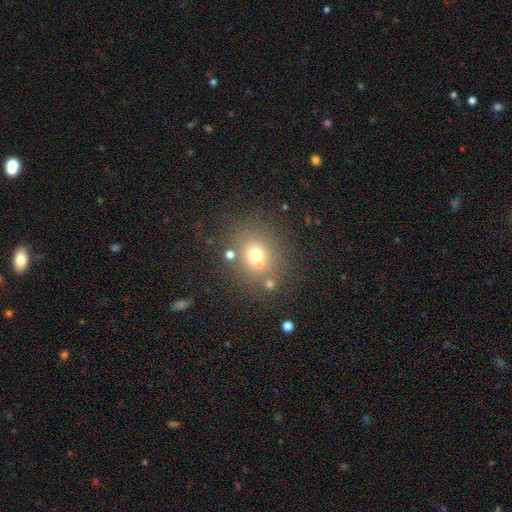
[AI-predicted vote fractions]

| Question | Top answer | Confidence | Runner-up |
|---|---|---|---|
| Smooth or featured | smooth | 65% | star or artifact (19%) |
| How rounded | round | 73% | in between (26%) |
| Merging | none | 68% | merger (15%) |